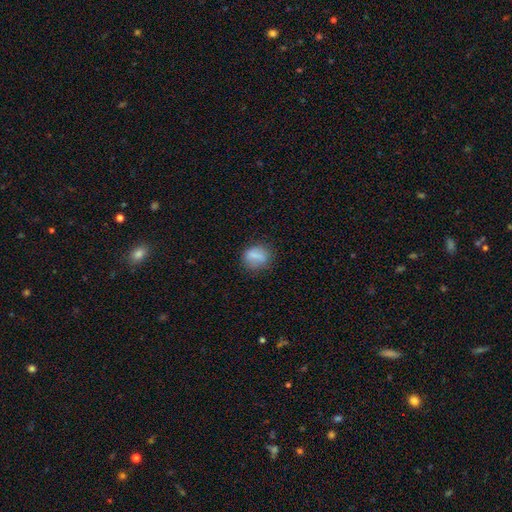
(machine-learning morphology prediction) smooth_or_featured: smooth (p=0.76) [alt: featured or disk p=0.15]
how_rounded: round (p=0.54) [alt: in between p=0.42]
merging: none (p=0.71) [alt: minor disturbance p=0.19]